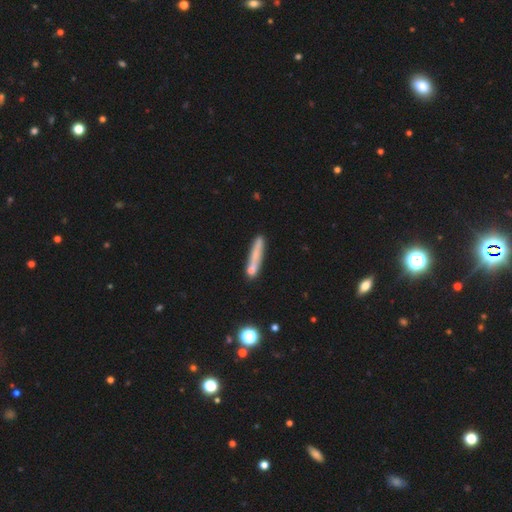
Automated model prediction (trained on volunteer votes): Q: Smooth or featured?
A: smooth (65%); runner-up: featured or disk (26%)
Q: How rounded?
A: cigar-shaped (93%); runner-up: in between (5%)
Q: Merging?
A: none (69%); runner-up: minor disturbance (16%)